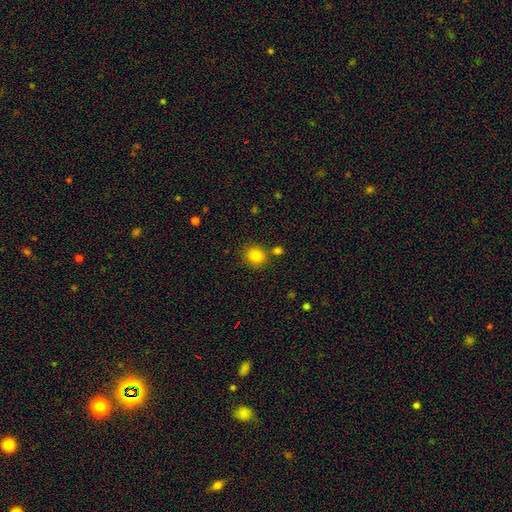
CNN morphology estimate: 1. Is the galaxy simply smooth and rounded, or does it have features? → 84% smooth, 11% star or artifact, 5% featured or disk.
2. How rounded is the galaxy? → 78% round, 21% in between, 1% cigar-shaped.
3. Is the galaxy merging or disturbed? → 78% none, 9% merger, 9% minor disturbance, 3% major disturbance.